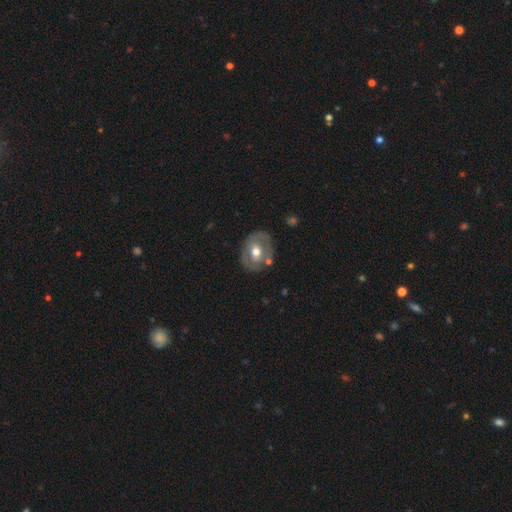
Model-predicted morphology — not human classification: Smooth or featured?
  - featured or disk: 62% *
  - smooth: 32%
  - star or artifact: 7%
Edge-on disk?
  - no: 94% *
  - yes: 6%
Bar?
  - no: 55% *
  - weak: 31%
  - strong: 14%
Spiral arms?
  - no: 65% *
  - yes: 35%
Bulge size?
  - moderate: 77% *
  - small: 11%
  - large: 10%
  - dominant: 1%
  - none: 1%
Merging?
  - none: 74% *
  - minor disturbance: 16%
  - major disturbance: 5%
  - merger: 4%